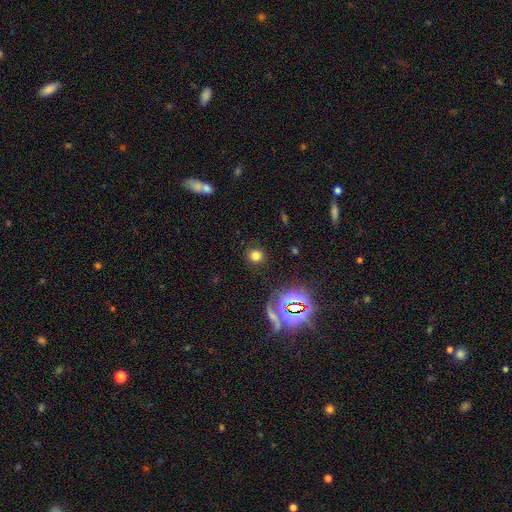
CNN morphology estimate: Overall: smooth (72%). How rounded: round (88%). Merging: none (88%).